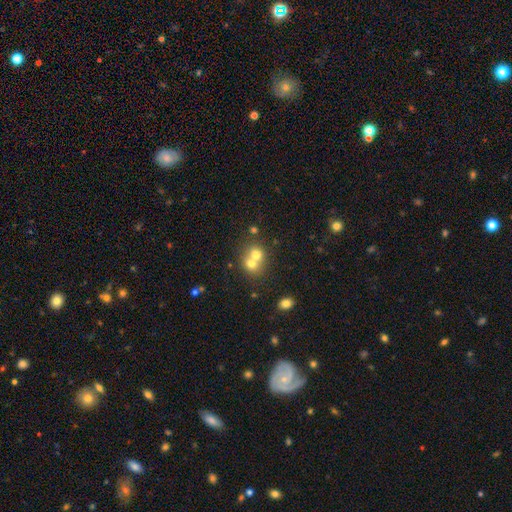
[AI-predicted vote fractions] This appears to be a smooth galaxy with no disk features (68%) that is round (71%). Merging: merger (65%).